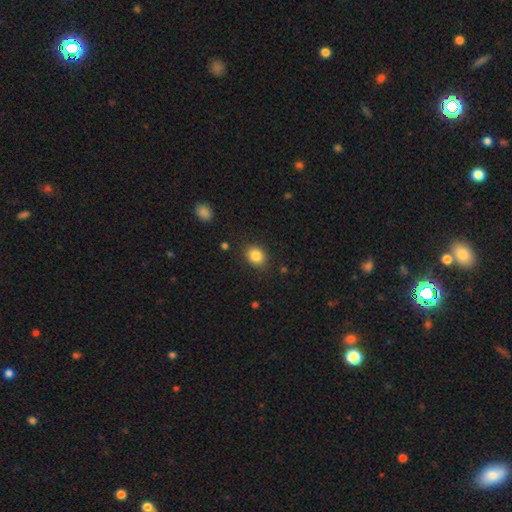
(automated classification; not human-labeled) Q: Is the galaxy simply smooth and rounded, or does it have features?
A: smooth — 85%.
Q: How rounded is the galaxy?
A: in between — 52%.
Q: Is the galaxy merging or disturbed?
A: none — 86%.